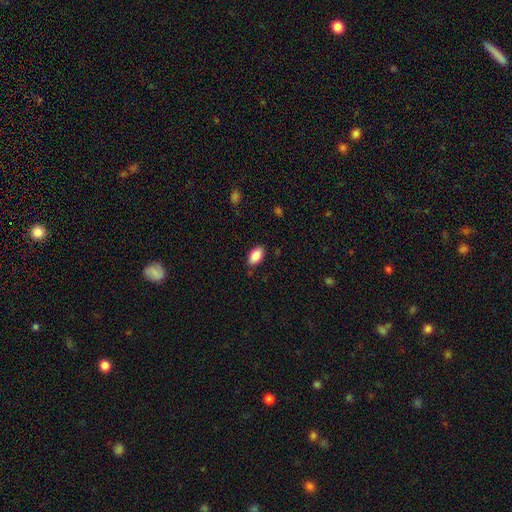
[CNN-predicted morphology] The model was most divided on "merging": none: 86%, minor disturbance: 11%, major disturbance: 2%, merger: 1%. More confident: how rounded — in between (93%); smooth or featured — smooth (88%).